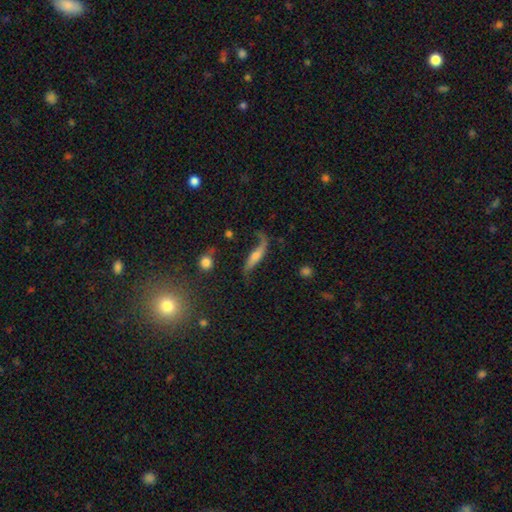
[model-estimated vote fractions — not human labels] Morphology: type=featured or disk (66%); edge-on=no (63%); merging=none (51%).